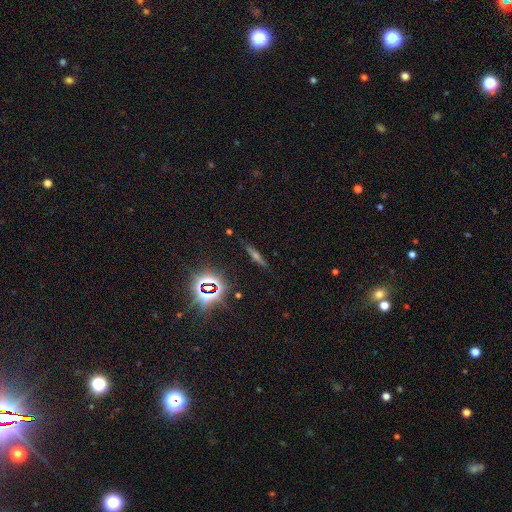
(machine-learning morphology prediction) Smooth or featured?
  - featured or disk: 40% *
  - star or artifact: 32%
  - smooth: 28%
Merging?
  - none: 87% *
  - minor disturbance: 9%
  - major disturbance: 2%
  - merger: 2%